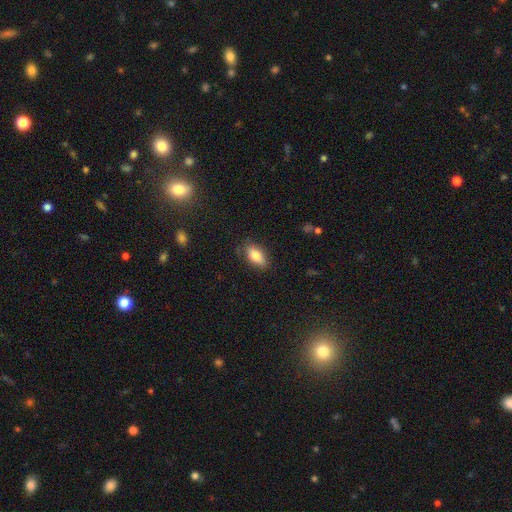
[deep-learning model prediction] smooth-or-featured: smooth: 81% | featured or disk: 11% | star or artifact: 8%
  how-rounded: in between: 85% | cigar-shaped: 11% | round: 4%
  merging: none: 80% | minor disturbance: 15% | major disturbance: 3% | merger: 1%